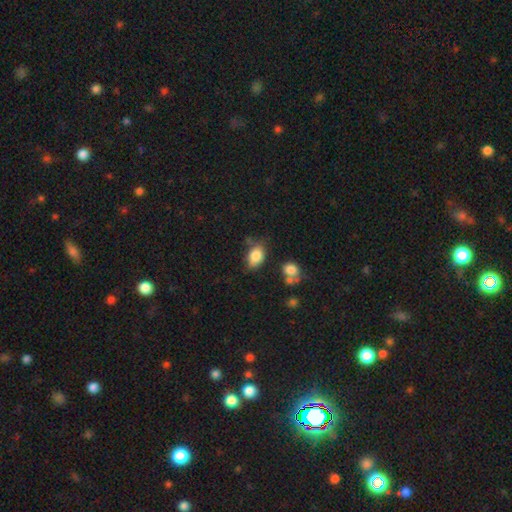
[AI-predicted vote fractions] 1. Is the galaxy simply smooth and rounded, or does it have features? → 84% smooth, 8% star or artifact, 8% featured or disk.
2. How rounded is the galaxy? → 86% in between, 13% round, 2% cigar-shaped.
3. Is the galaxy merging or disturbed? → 66% none, 22% minor disturbance, 7% merger, 5% major disturbance.